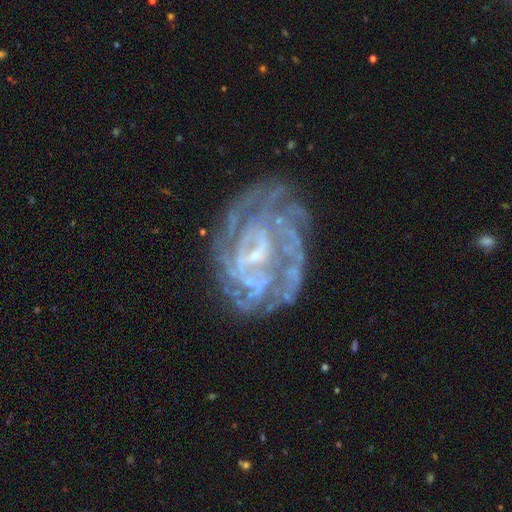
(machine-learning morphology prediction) smooth-or-featured: featured or disk: 87% | star or artifact: 7% | smooth: 6%
  disk-edge-on: no: 97% | yes: 3%
    bar: weak: 48% | no: 34% | strong: 18%
    has-spiral-arms: yes: 92% | no: 8%
      spiral-winding: tight: 64% | medium: 29% | loose: 7%
      spiral-arm-count: can't tell: 36% | 4: 18% | 3: 15% | 2: 14% | more than 4: 11% | 1: 7%
    bulge-size: small: 74% | moderate: 15% | none: 9% | large: 1% | dominant: 1%
  merging: none: 65% | minor disturbance: 19% | major disturbance: 13% | merger: 3%